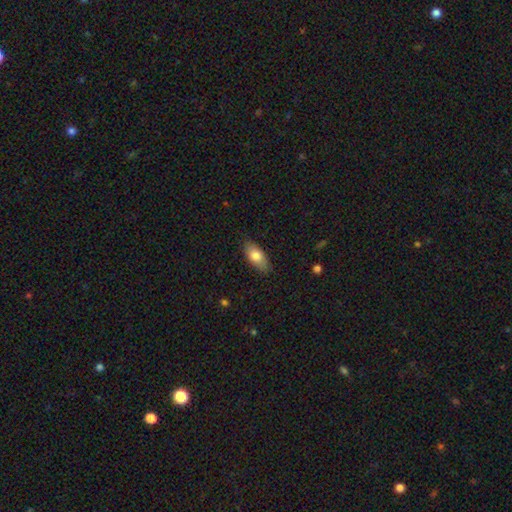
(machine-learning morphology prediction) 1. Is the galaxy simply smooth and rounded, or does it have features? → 79% smooth, 15% featured or disk, 6% star or artifact.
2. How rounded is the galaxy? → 89% in between, 8% cigar-shaped, 4% round.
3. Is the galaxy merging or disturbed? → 83% none, 14% minor disturbance, 3% major disturbance, 1% merger.